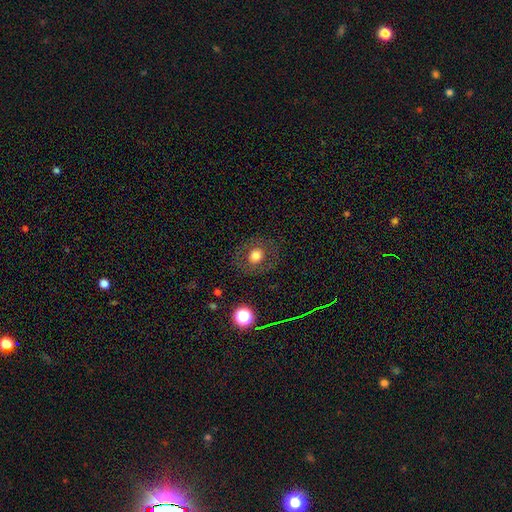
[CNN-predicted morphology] smooth-or-featured: smooth: 67% | featured or disk: 21% | star or artifact: 12%
  how-rounded: round: 76% | in between: 23% | cigar-shaped: 1%
  merging: none: 83% | minor disturbance: 9% | major disturbance: 6% | merger: 1%